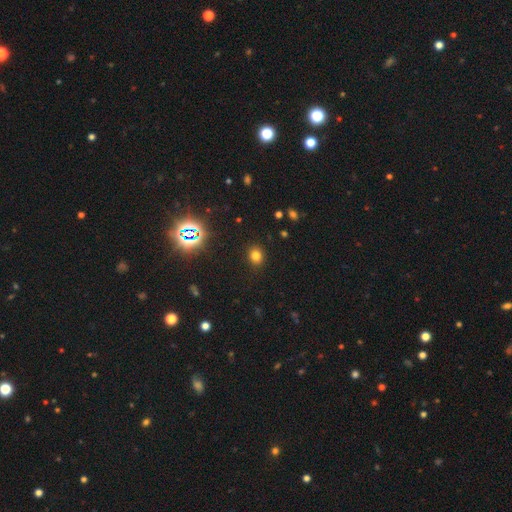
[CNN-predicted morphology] Smooth or featured: smooth — 75% (star or artifact — 19%)
How rounded: round — 70% (in between — 29%)
Merging: none — 89% (minor disturbance — 8%)